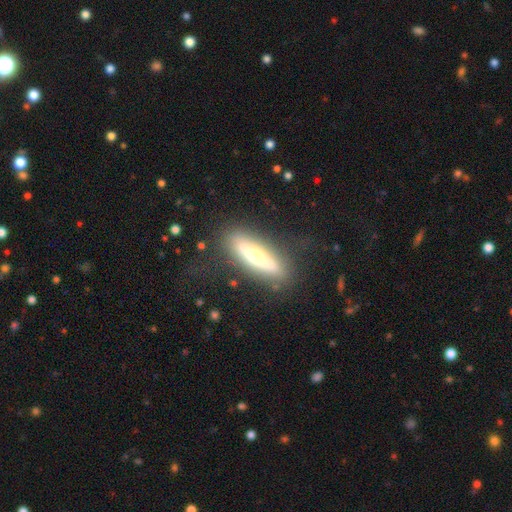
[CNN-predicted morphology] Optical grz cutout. It shows a featured or disk galaxy (54%) viewed edge-on (69%). Merging: none (72%).